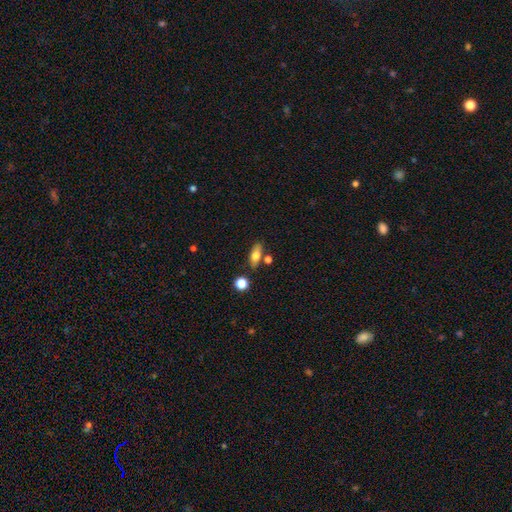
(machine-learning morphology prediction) smooth-or-featured: smooth: 71% | featured or disk: 21% | star or artifact: 8%
  how-rounded: in between: 73% | cigar-shaped: 21% | round: 6%
  merging: none: 74% | minor disturbance: 13% | merger: 10% | major disturbance: 3%